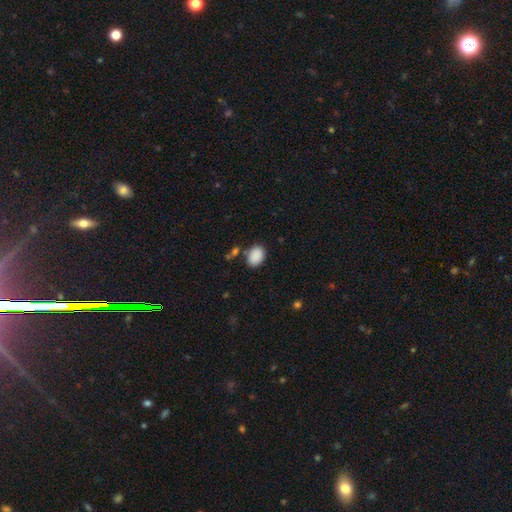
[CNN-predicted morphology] Q: Smooth or featured?
A: smooth (89%); runner-up: star or artifact (8%)
Q: How rounded?
A: in between (76%); runner-up: round (23%)
Q: Merging?
A: none (78%); runner-up: minor disturbance (12%)